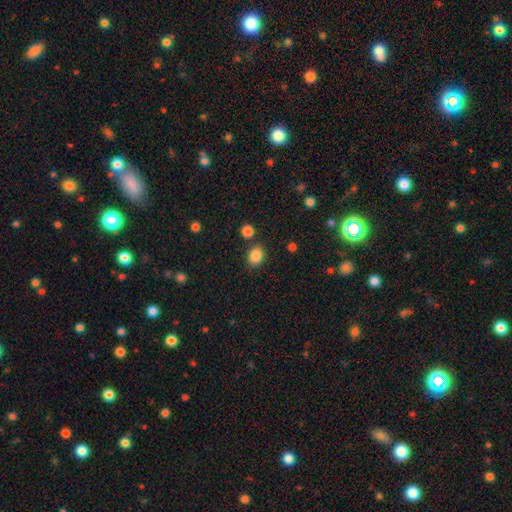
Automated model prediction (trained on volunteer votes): This is clearly a smooth galaxy (86%). How rounded: possibly round (54%). Merging: clearly none (80%).